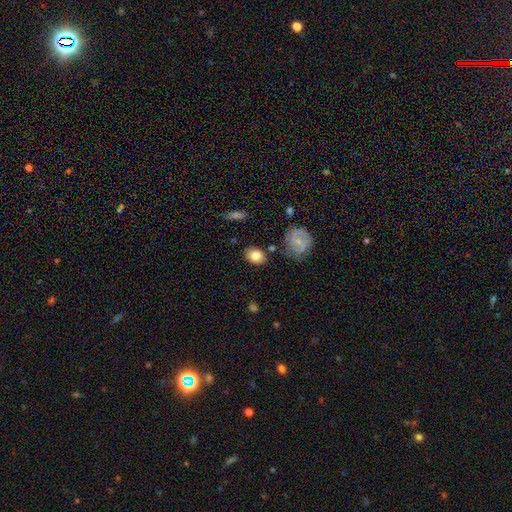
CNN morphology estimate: Smooth or featured?
  - smooth: 80% *
  - featured or disk: 12%
  - star or artifact: 8%
How rounded?
  - in between: 65% *
  - round: 34%
  - cigar-shaped: 1%
Merging?
  - none: 79% *
  - minor disturbance: 14%
  - merger: 4%
  - major disturbance: 3%